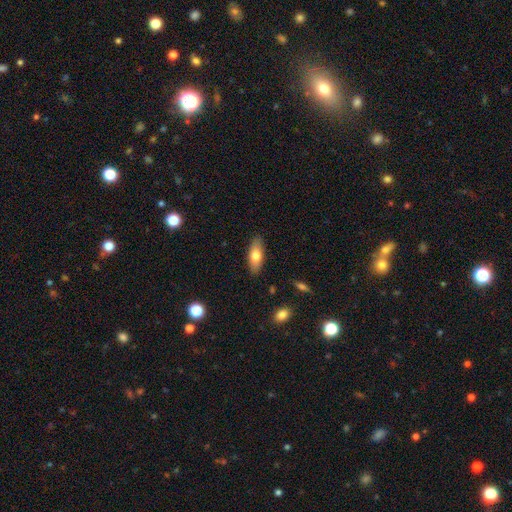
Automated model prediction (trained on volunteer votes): Q: Smooth or featured?
A: smooth (72%); runner-up: featured or disk (21%)
Q: How rounded?
A: in between (73%); runner-up: cigar-shaped (25%)
Q: Merging?
A: none (87%); runner-up: minor disturbance (9%)